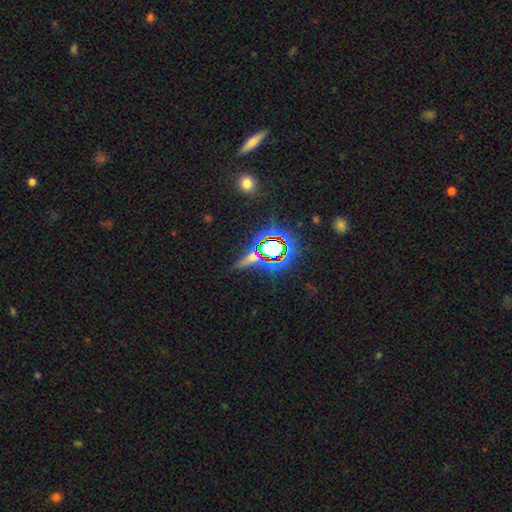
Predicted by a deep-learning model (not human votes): Q: Smooth or featured?
A: star or artifact (57%); runner-up: smooth (27%)